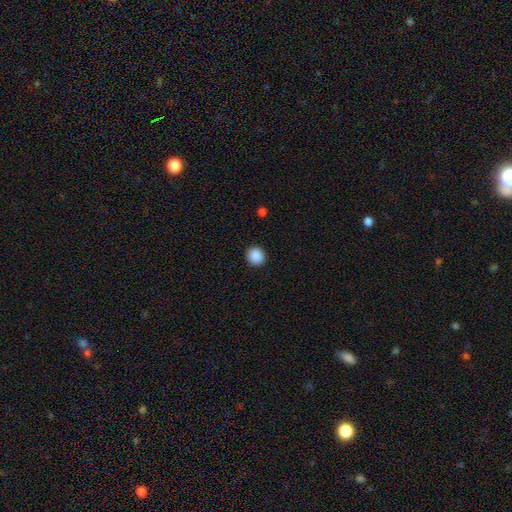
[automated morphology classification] Q: Smooth or featured?
A: smooth (89%); runner-up: star or artifact (9%)
Q: How rounded?
A: round (88%); runner-up: in between (11%)
Q: Merging?
A: none (92%); runner-up: minor disturbance (5%)